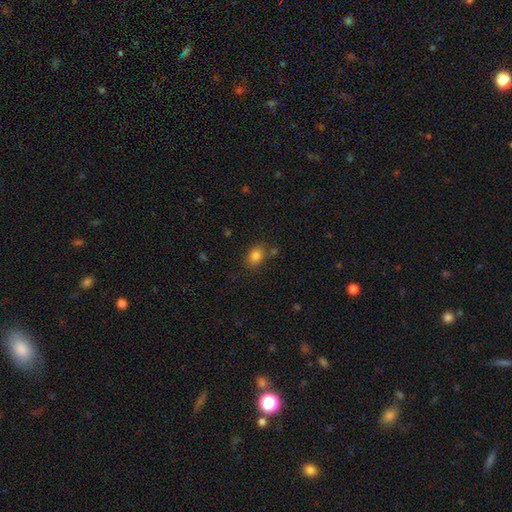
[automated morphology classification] A smooth galaxy with no disk features (83%) that is in between round and cigar-shaped (68%). Merging: none (74%).